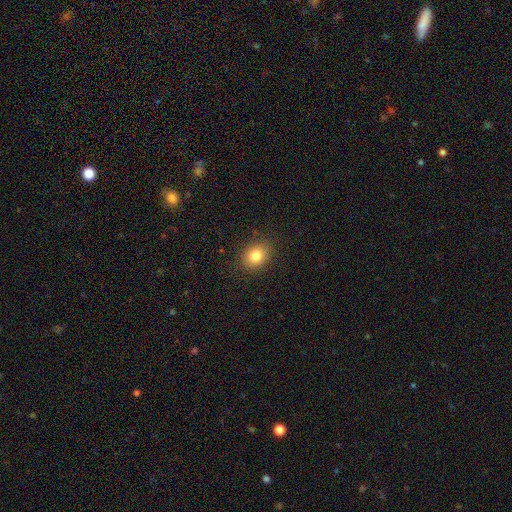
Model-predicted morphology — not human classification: type=smooth (82%); roundness=round (55%); merging=none (87%).